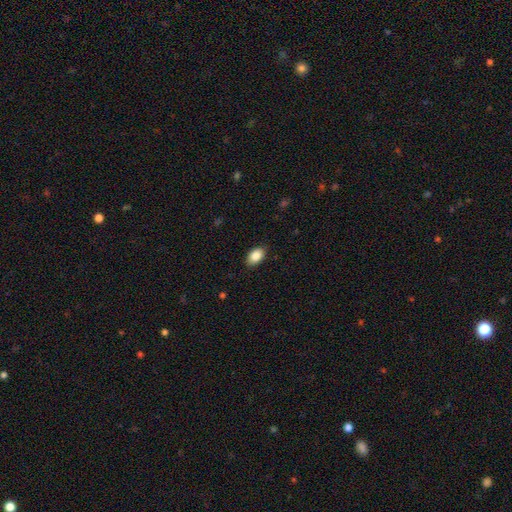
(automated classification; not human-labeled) This appears to be a smooth galaxy with no disk features (88%) that is in between round and cigar-shaped (89%). Merging: none (86%).